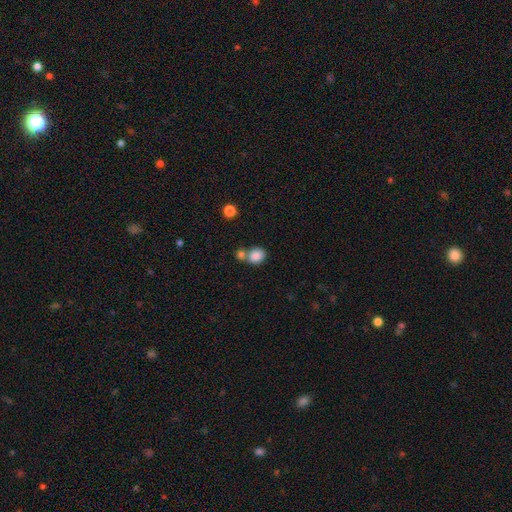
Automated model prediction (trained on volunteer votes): Smooth or featured? Predicted: smooth (p=0.85). How rounded? Predicted: round (p=0.61). Merging? Predicted: none (p=0.48).